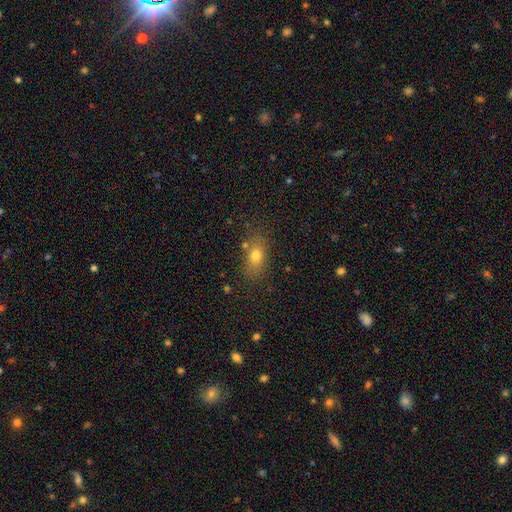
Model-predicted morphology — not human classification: smooth 73%, featured or disk 14%, star or artifact 14%. Down the decision tree: how rounded — in between (75%); merging — none (77%).